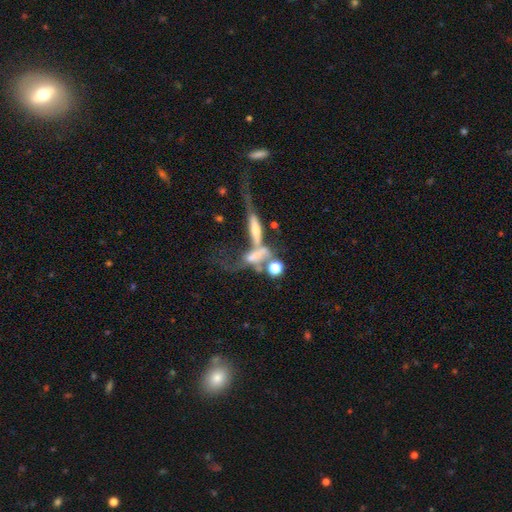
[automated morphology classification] type=featured or disk (50%); edge-on=no (57%); merging=merger (56%).